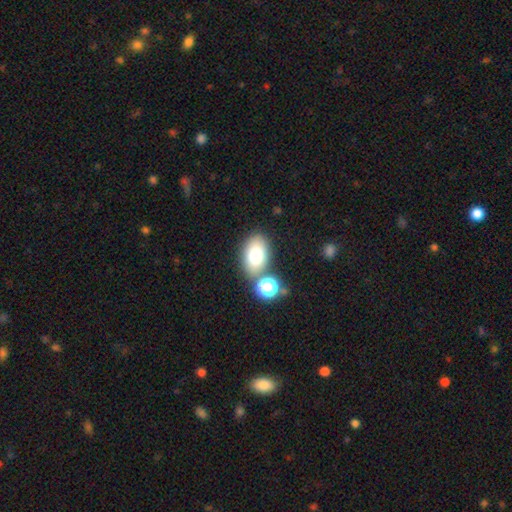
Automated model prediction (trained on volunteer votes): A smooth galaxy with no disk features (78%) that is in between round and cigar-shaped (86%). Merging: none (69%).